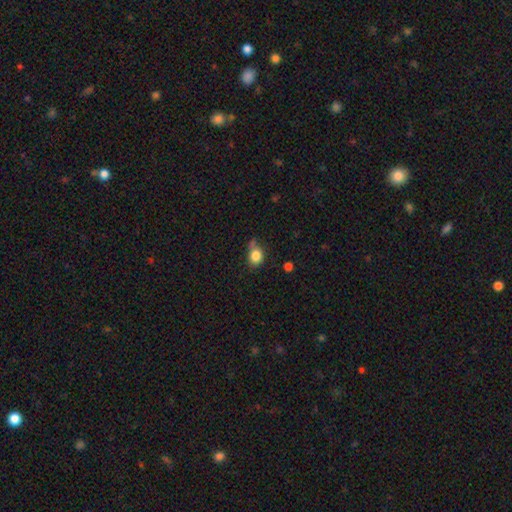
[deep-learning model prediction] smooth-or-featured: smooth: 83% | star or artifact: 10% | featured or disk: 7%
  how-rounded: round: 59% | in between: 40% | cigar-shaped: 1%
  merging: none: 54% | minor disturbance: 25% | merger: 13% | major disturbance: 8%